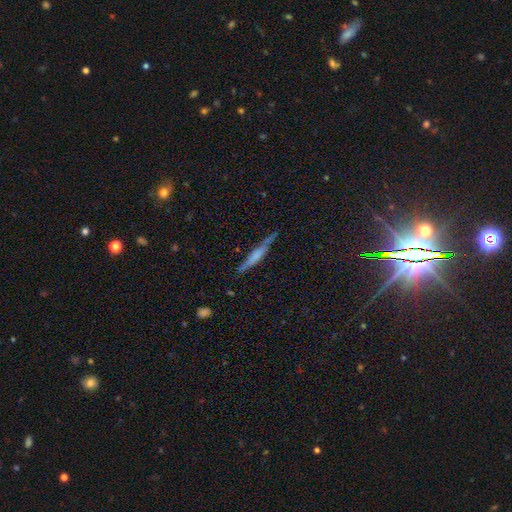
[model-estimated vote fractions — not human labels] A featured or disk galaxy (53%) viewed edge-on (95%) with a boxy central bulge (37%). Merging: none (80%).